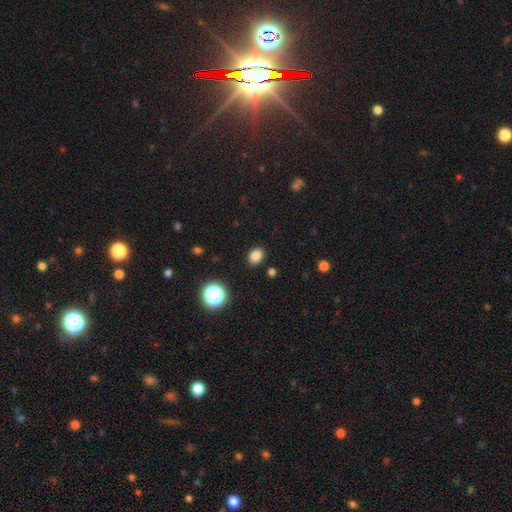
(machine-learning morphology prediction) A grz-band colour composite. It shows a smooth galaxy with no disk features (83%) that is in between round and cigar-shaped (65%). Merging: none (89%).